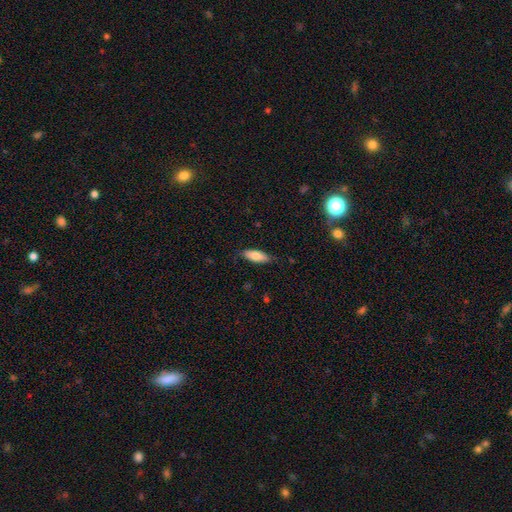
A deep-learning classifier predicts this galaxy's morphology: The model was most divided on "how rounded": in between: 71%, cigar-shaped: 27%, round: 2%. More confident: merging — none (81%); smooth or featured — smooth (77%).